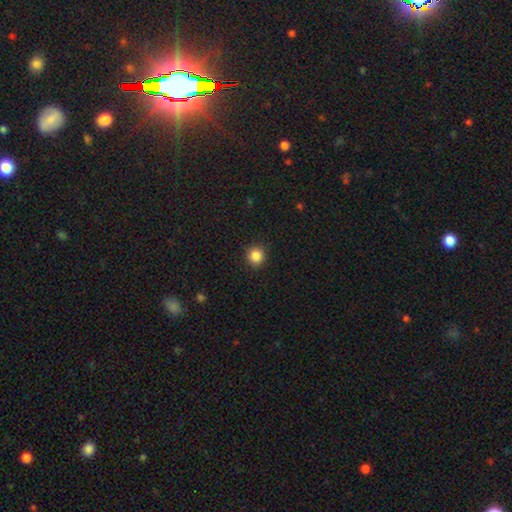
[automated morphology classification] smooth 86%, star or artifact 11%, featured or disk 4%. Down the decision tree: how rounded — round (92%); merging — none (91%).